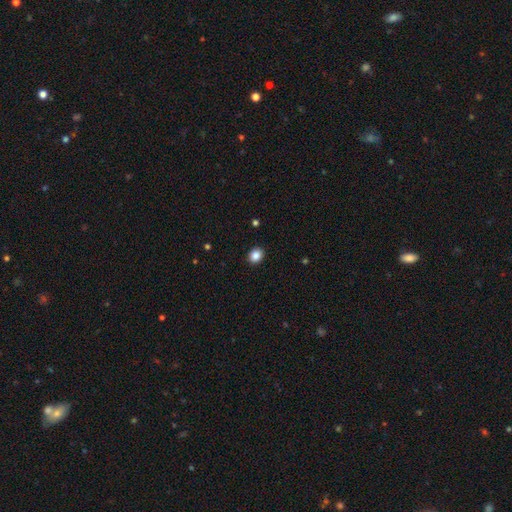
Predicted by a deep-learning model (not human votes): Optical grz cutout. It shows a smooth galaxy with no disk features (86%) that is round (63%). Merging: none (91%).